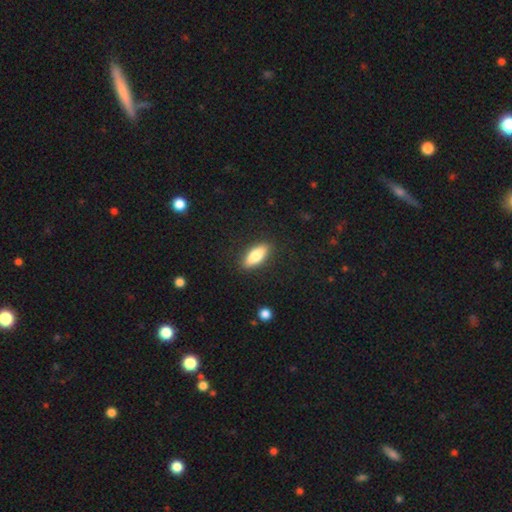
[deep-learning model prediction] Q: Smooth or featured?
A: smooth (72%); runner-up: featured or disk (22%)
Q: How rounded?
A: in between (65%); runner-up: cigar-shaped (32%)
Q: Merging?
A: none (88%); runner-up: minor disturbance (9%)